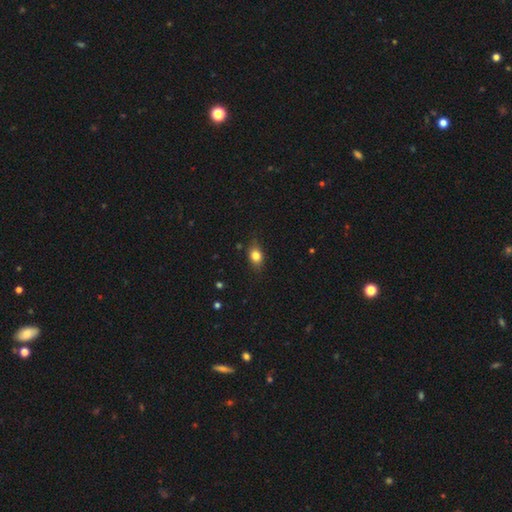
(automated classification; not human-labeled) A smooth galaxy with no disk features (79%) that is in between round and cigar-shaped (66%).

Vote fractions:
- Smooth or featured? smooth: 79% / featured or disk: 11% / star or artifact: 10%
- How rounded? in between: 66% / round: 31% / cigar-shaped: 3%
- Merging? none: 76% / minor disturbance: 19% / major disturbance: 4% / merger: 1%